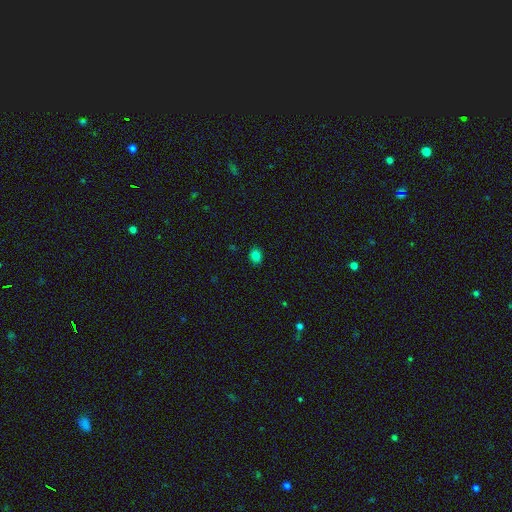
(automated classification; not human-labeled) Overall: smooth (82%). How rounded: round (53%; in between 46%). Merging: none (89%).